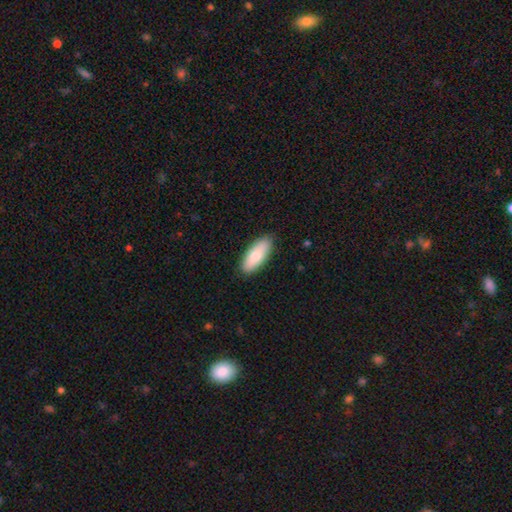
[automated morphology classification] smooth-or-featured: smooth: 82% | featured or disk: 13% | star or artifact: 5%
  how-rounded: in between: 76% | cigar-shaped: 22% | round: 2%
  merging: none: 87% | minor disturbance: 10% | major disturbance: 2% | merger: 1%